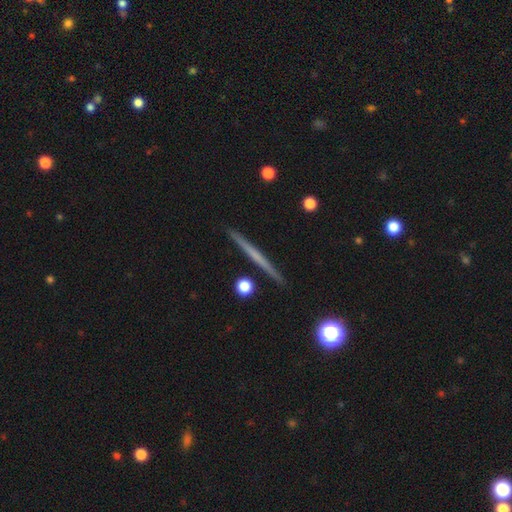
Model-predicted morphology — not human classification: Smooth or featured?
  - featured or disk: 57% *
  - smooth: 37%
  - star or artifact: 6%
Edge-on disk?
  - yes: 98% *
  - no: 2%
Edge-on bulge?
  - none: 85% *
  - rounded: 11%
  - boxy: 4%
Merging?
  - none: 91% *
  - minor disturbance: 6%
  - merger: 2%
  - major disturbance: 1%